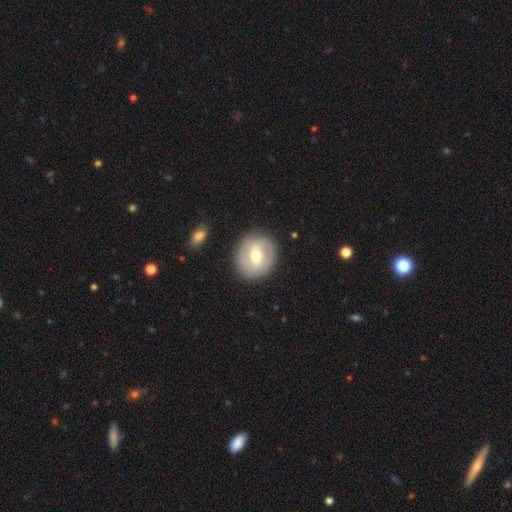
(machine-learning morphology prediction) The model was most divided on "smooth or featured": featured or disk: 53%, smooth: 41%, star or artifact: 6%. More confident: edge-on disk — no (94%); merging — none (85%).